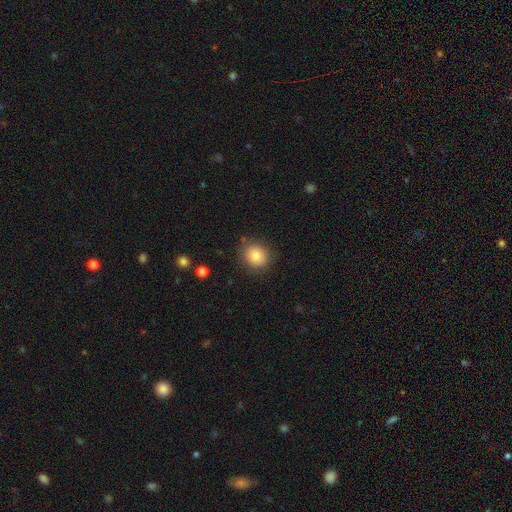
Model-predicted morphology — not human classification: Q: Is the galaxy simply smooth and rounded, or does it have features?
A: smooth — 81%.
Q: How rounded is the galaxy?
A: round — 76%.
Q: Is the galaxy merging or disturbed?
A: none — 84%.